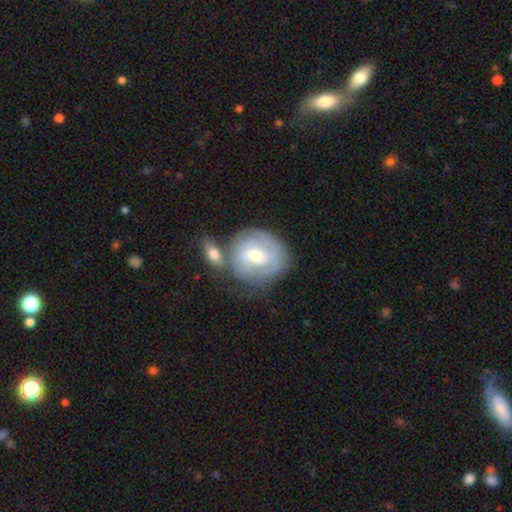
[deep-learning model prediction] featured or disk 72%, smooth 22%, star or artifact 6%. Down the decision tree: edge-on disk — no (97%); bar — no (50%); spiral arms — yes (88%); spiral arm count — can't tell (37%); spiral winding — tight (66%); bulge size — moderate (59%); merging — none (54%).